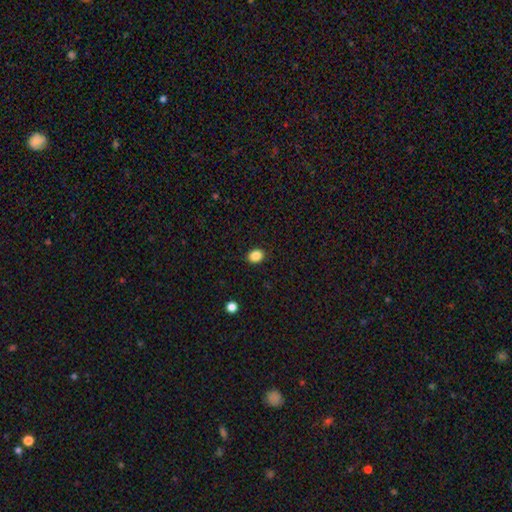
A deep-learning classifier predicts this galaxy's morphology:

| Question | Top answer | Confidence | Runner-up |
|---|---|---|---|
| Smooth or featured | smooth | 87% | star or artifact (10%) |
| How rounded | round | 50% | in between (49%) |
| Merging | none | 90% | minor disturbance (7%) |